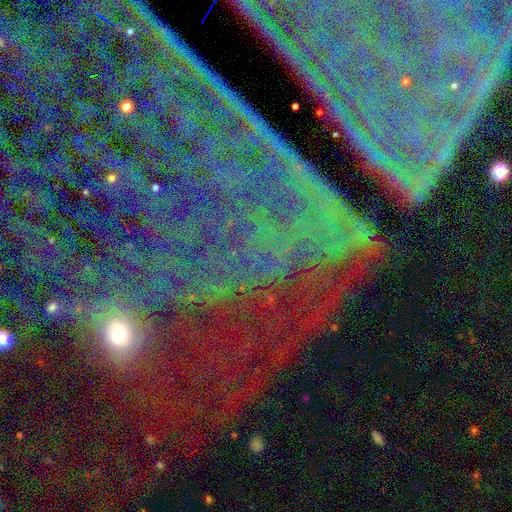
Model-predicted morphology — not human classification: Smooth or featured: star or artifact — 76% (featured or disk — 13%)